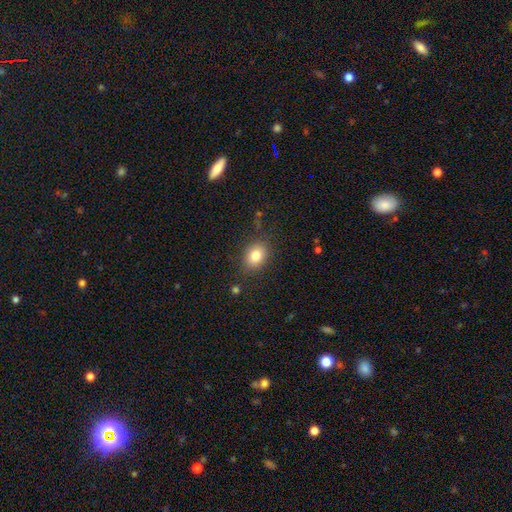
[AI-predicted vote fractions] Morphology: type=smooth (81%); roundness=in between (59%); merging=none (83%).